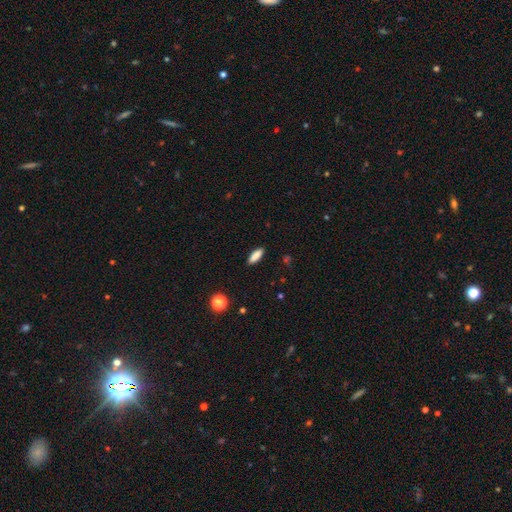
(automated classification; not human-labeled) Q: Smooth or featured?
A: smooth (86%); runner-up: star or artifact (8%)
Q: How rounded?
A: in between (59%); runner-up: cigar-shaped (39%)
Q: Merging?
A: none (89%); runner-up: minor disturbance (8%)